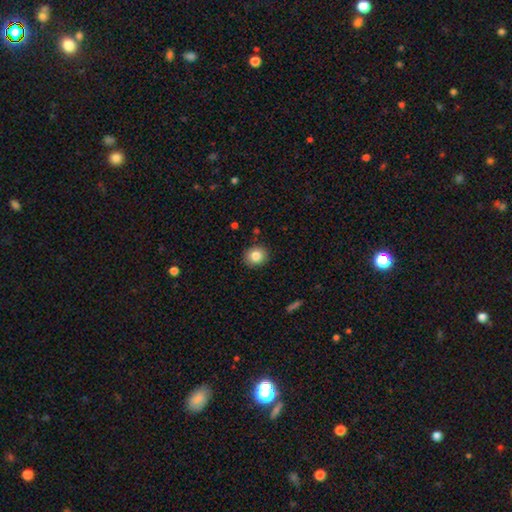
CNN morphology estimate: Smooth or featured: smooth — 83% (star or artifact — 9%)
How rounded: round — 73% (in between — 26%)
Merging: none — 90% (minor disturbance — 7%)